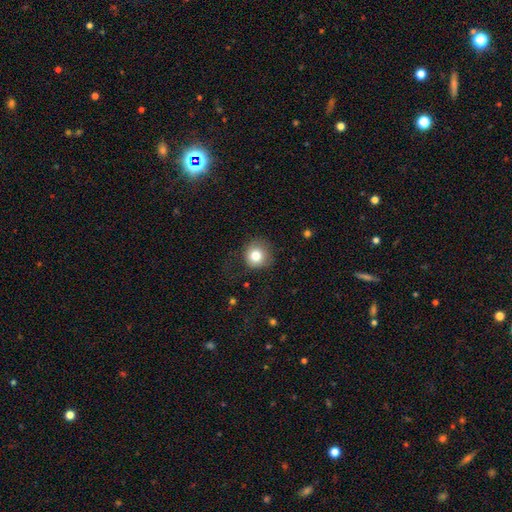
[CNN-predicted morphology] smooth 79%, star or artifact 11%, featured or disk 10%. Down the decision tree: how rounded — round (90%); merging — none (69%).